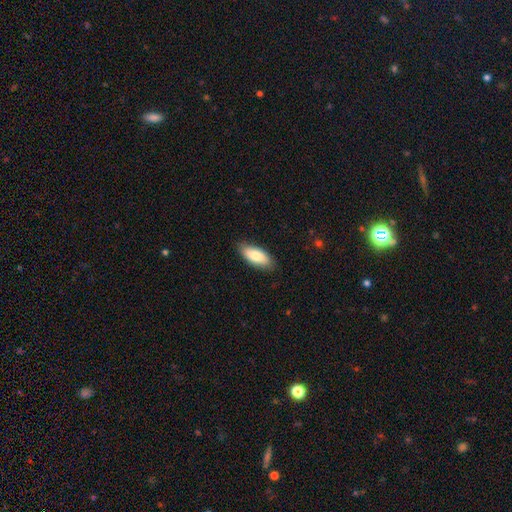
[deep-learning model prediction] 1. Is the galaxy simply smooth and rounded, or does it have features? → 80% smooth, 14% featured or disk, 6% star or artifact.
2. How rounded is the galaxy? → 84% in between, 14% cigar-shaped, 2% round.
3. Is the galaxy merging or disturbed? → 85% none, 12% minor disturbance, 2% major disturbance, 1% merger.